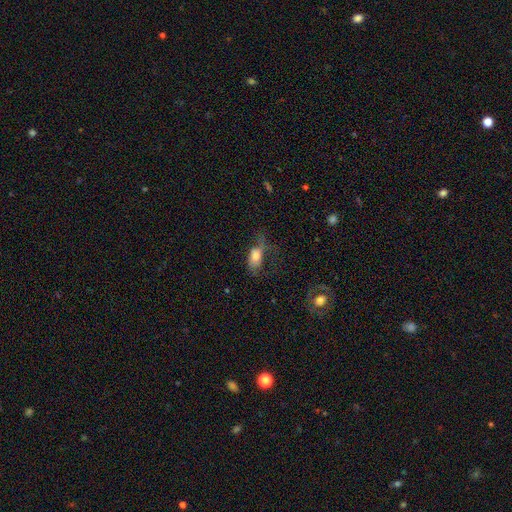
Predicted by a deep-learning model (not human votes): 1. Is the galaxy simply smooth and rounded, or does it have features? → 64% smooth, 26% featured or disk, 10% star or artifact.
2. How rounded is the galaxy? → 84% in between, 8% cigar-shaped, 8% round.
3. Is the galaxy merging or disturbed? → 49% major disturbance, 25% none, 23% minor disturbance, 4% merger.